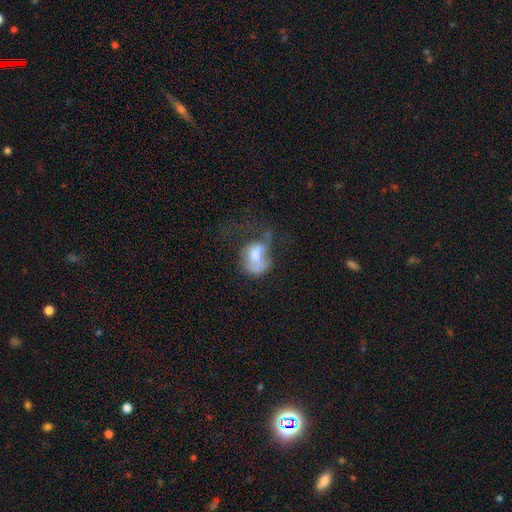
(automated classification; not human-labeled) This is possibly a smooth galaxy (55%). How rounded: likely in between (66%). Merging: possibly major disturbance (48%).